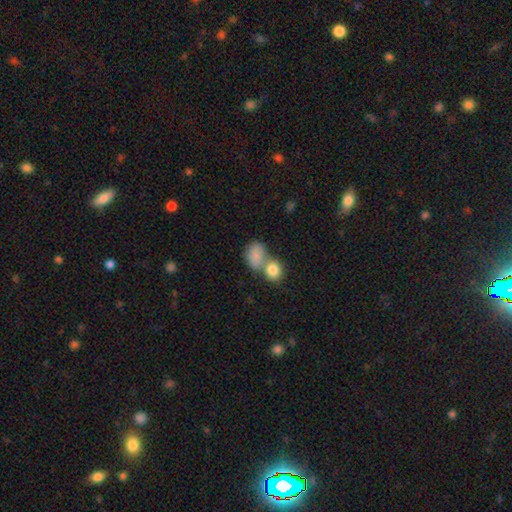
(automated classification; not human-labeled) Smooth or featured?
  - smooth: 82% *
  - featured or disk: 10%
  - star or artifact: 8%
How rounded?
  - in between: 65% *
  - round: 33%
  - cigar-shaped: 1%
Merging?
  - merger: 56% *
  - none: 29%
  - minor disturbance: 10%
  - major disturbance: 5%